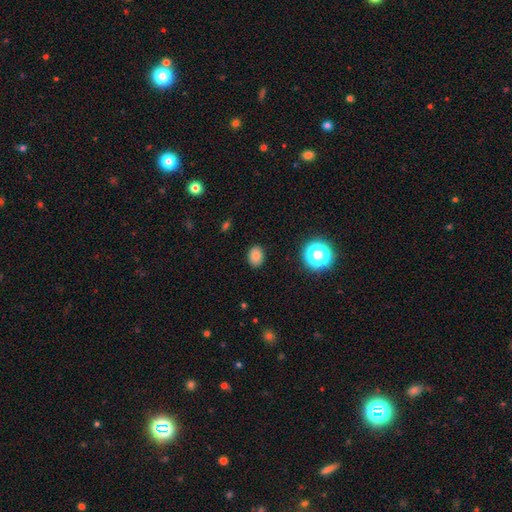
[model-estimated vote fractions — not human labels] Smooth or featured: smooth — 81% (star or artifact — 13%)
How rounded: in between — 67% (round — 32%)
Merging: none — 88% (minor disturbance — 8%)